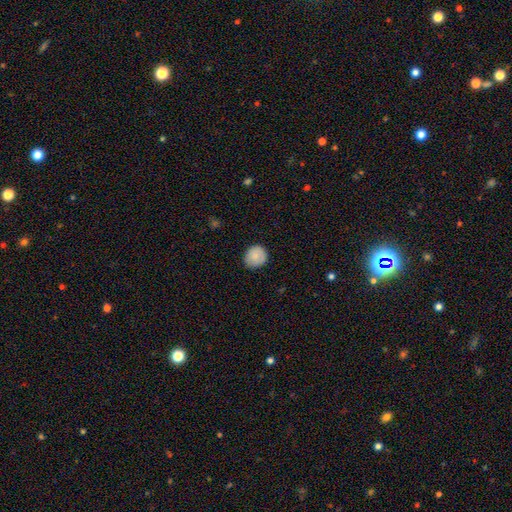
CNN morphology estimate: Smooth or featured: smooth — 85% (star or artifact — 8%)
How rounded: round — 86% (in between — 13%)
Merging: none — 82% (minor disturbance — 15%)